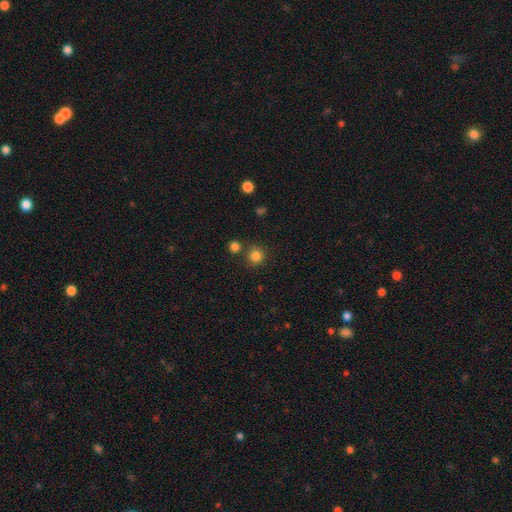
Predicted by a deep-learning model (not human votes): Morphology: type=smooth (83%); roundness=round (92%); merging=none (79%).